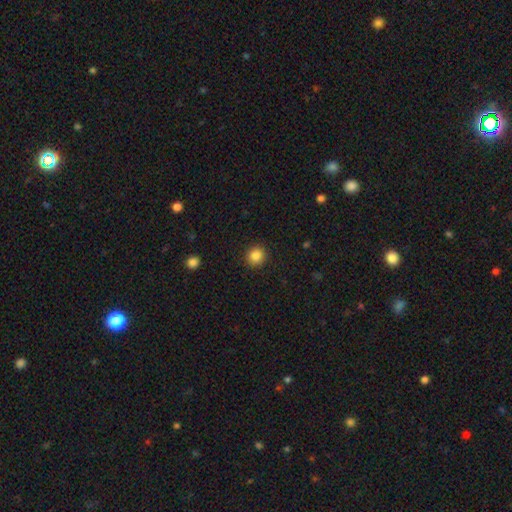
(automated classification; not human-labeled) This appears to be a smooth galaxy with no disk features (86%) that is round (89%). Merging: none (91%).